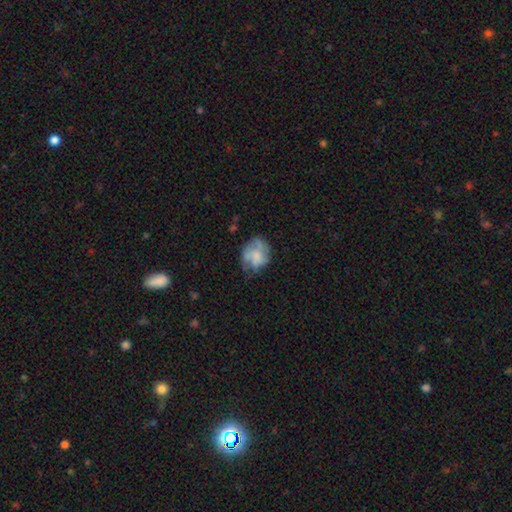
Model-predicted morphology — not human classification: smooth_or_featured: featured or disk (p=0.51) [alt: smooth p=0.40]
disk_edge_on: no (p=0.98) [alt: yes p=0.02]
merging: none (p=0.47) [alt: minor disturbance p=0.26]